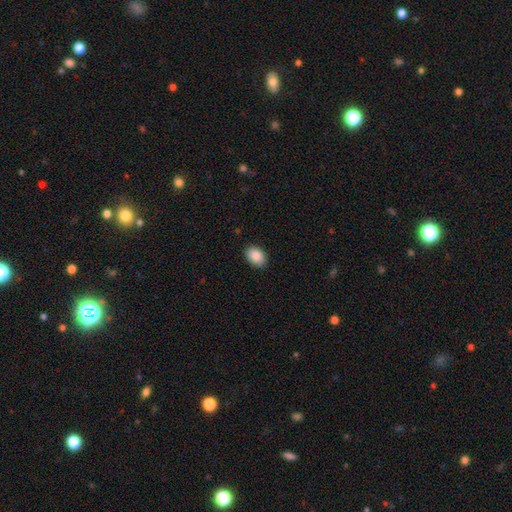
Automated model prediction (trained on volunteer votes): This is clearly a smooth galaxy (90%). How rounded: clearly in between (84%). Merging: clearly none (88%).